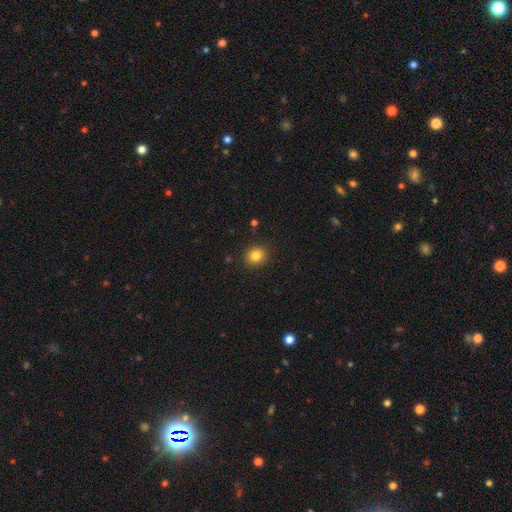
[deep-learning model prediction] Smooth or featured? smooth (83%)
How rounded? round (77%)
Merging? none (90%)